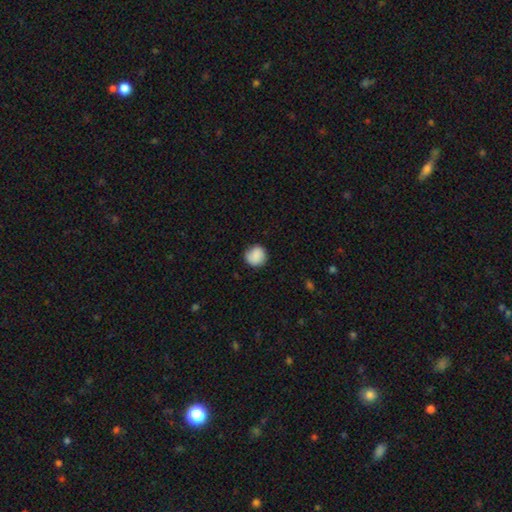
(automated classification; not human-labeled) A smooth galaxy with no disk features (87%) that is round (87%). Merging: none (81%).